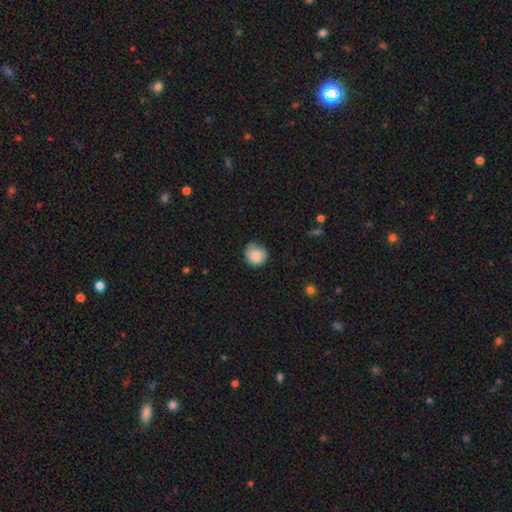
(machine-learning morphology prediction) smooth-or-featured: smooth: 86% | star or artifact: 8% | featured or disk: 6%
  how-rounded: round: 88% | in between: 11% | cigar-shaped: 1%
  merging: none: 69% | minor disturbance: 25% | major disturbance: 4% | merger: 1%